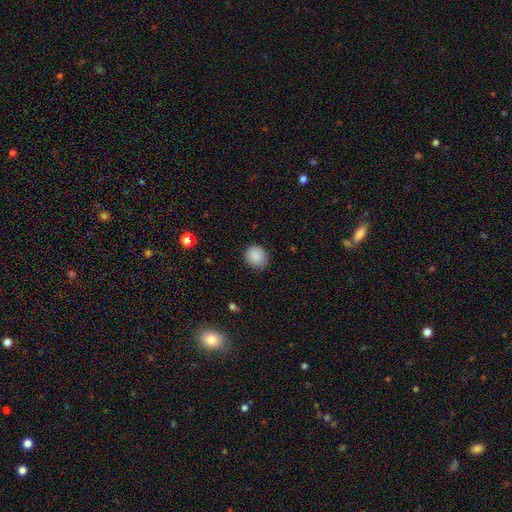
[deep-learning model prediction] Smooth or featured: smooth — 88% (star or artifact — 9%)
How rounded: round — 80% (in between — 19%)
Merging: none — 87% (minor disturbance — 10%)